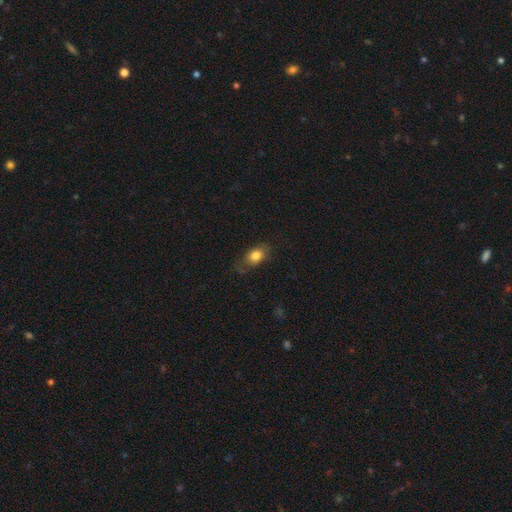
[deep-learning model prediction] Smooth or featured?
  - smooth: 79% *
  - featured or disk: 12%
  - star or artifact: 9%
How rounded?
  - in between: 79% *
  - round: 16%
  - cigar-shaped: 5%
Merging?
  - none: 66% *
  - minor disturbance: 24%
  - major disturbance: 8%
  - merger: 2%